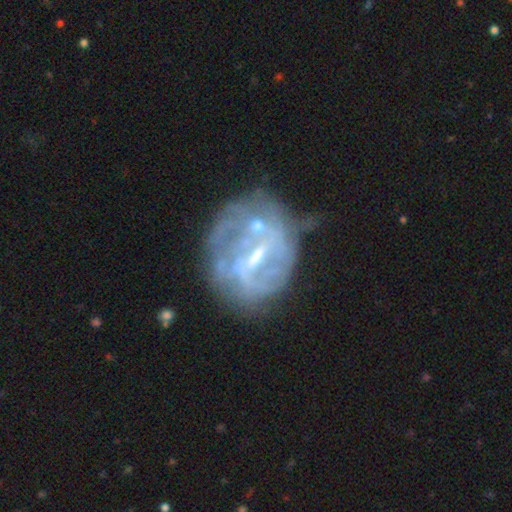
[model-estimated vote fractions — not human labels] Smooth or featured? featured or disk (75%)
Edge-on disk? no (97%)
Bar? weak (48%)
Spiral arms? yes (57%)
Bulge size? small (48%)
Merging? none (47%)